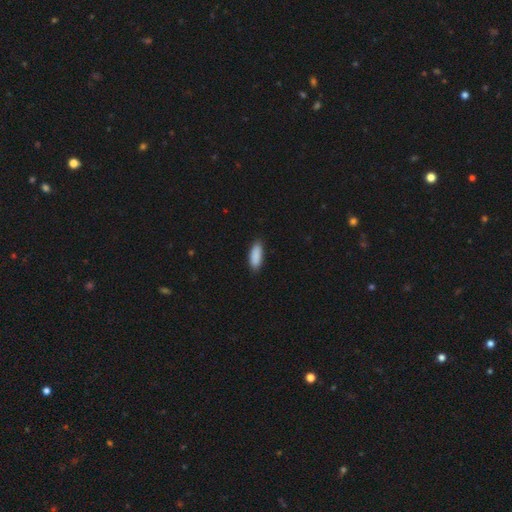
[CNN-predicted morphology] The model was most divided on "how rounded": in between: 70%, cigar-shaped: 28%, round: 2%. More confident: smooth or featured — smooth (90%); merging — none (85%).